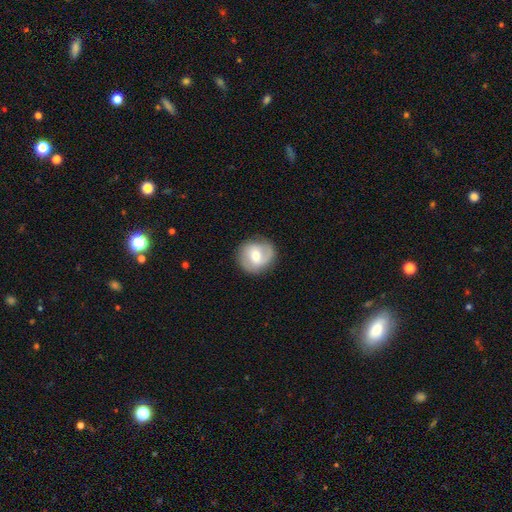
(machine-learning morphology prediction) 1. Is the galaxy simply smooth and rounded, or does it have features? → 56% featured or disk, 37% smooth, 7% star or artifact.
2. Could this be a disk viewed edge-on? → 97% no, 3% yes.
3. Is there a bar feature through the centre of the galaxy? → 45% weak, 39% no, 16% strong.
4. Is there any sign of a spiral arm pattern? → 80% yes, 20% no.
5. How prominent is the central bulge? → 63% moderate, 31% small, 4% large, 1% none, 1% dominant.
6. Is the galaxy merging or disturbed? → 83% none, 12% minor disturbance, 4% major disturbance, 1% merger.